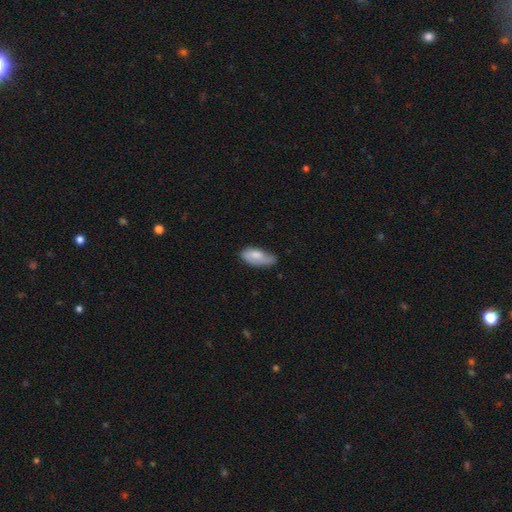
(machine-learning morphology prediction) Smooth or featured: smooth — 69% (featured or disk — 25%)
How rounded: in between — 87% (cigar-shaped — 11%)
Merging: none — 43% (minor disturbance — 40%)